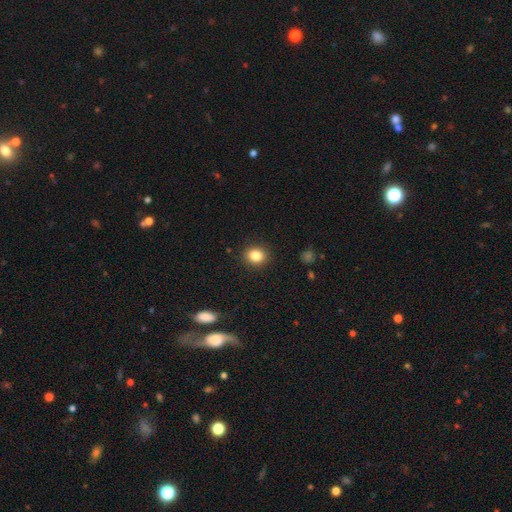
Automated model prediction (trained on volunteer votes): Smooth or featured: smooth — 84% (star or artifact — 10%)
How rounded: round — 72% (in between — 27%)
Merging: none — 90% (minor disturbance — 7%)